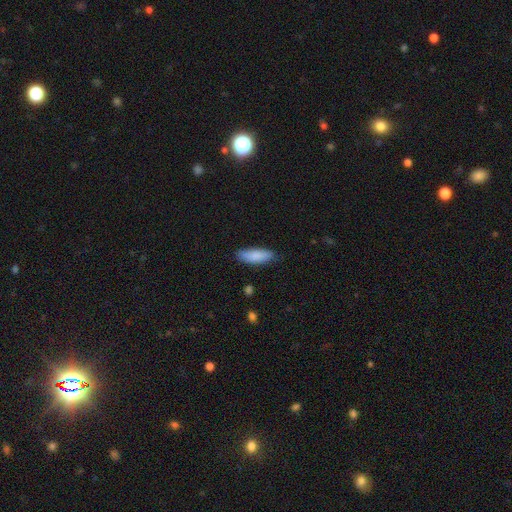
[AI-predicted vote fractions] A smooth galaxy with no disk features (86%) that is in between round and cigar-shaped (61%). Merging: none (80%).